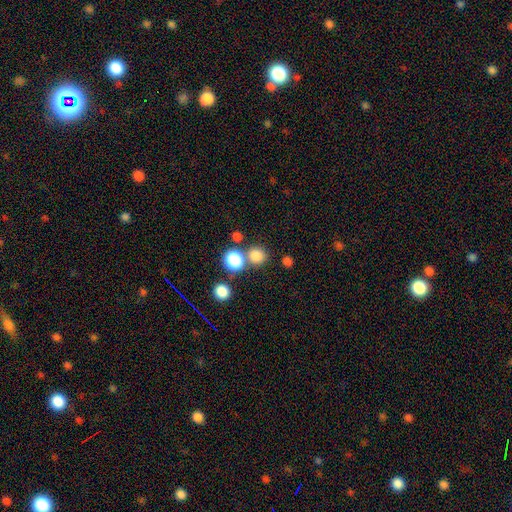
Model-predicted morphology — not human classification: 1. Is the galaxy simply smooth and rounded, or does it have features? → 79% smooth, 16% star or artifact, 5% featured or disk.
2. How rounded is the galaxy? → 89% round, 10% in between, 1% cigar-shaped.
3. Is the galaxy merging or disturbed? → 68% none, 22% merger, 7% minor disturbance, 3% major disturbance.